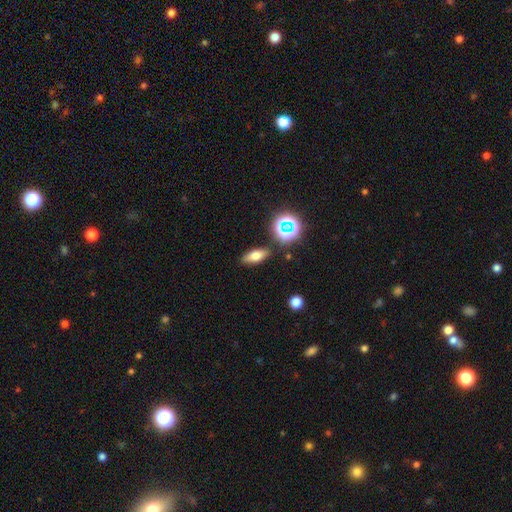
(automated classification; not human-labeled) A smooth galaxy with no disk features (68%) that is in between round and cigar-shaped (72%). Merging: none (85%).